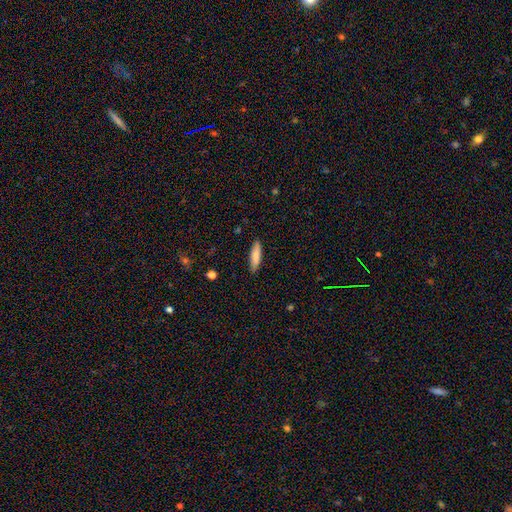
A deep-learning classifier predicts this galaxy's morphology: smooth-or-featured: smooth: 82% | featured or disk: 12% | star or artifact: 6%
  how-rounded: cigar-shaped: 70% | in between: 29% | round: 1%
  merging: none: 88% | minor disturbance: 9% | major disturbance: 2% | merger: 1%